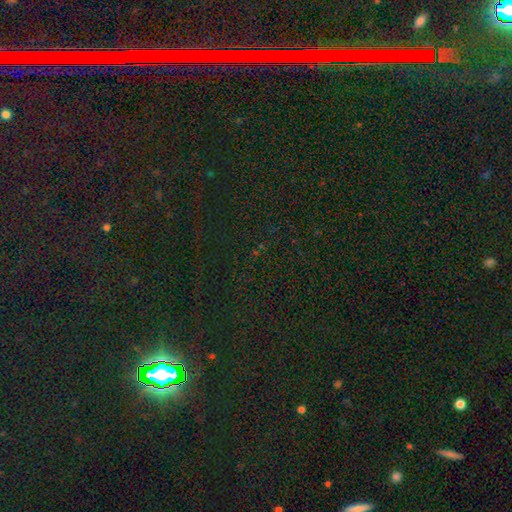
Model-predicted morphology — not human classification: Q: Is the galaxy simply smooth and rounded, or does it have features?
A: star or artifact — 83%.